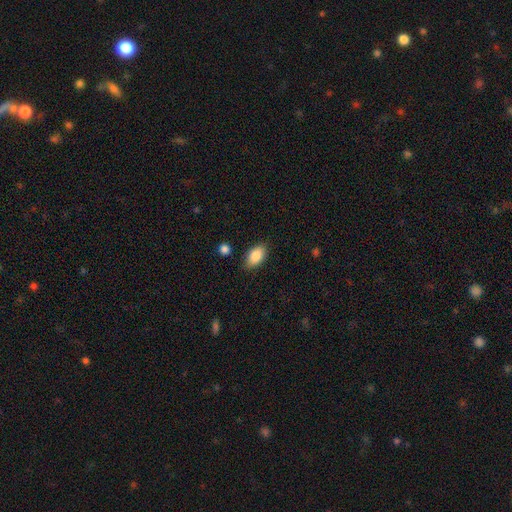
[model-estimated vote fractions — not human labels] Smooth or featured? smooth (86%)
How rounded? in between (92%)
Merging? none (84%)